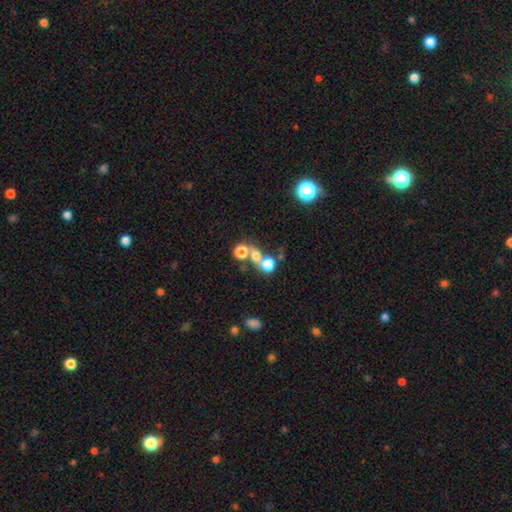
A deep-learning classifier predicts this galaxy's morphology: A smooth galaxy with no disk features (65%) that is round (75%). Merging: merger (48%).